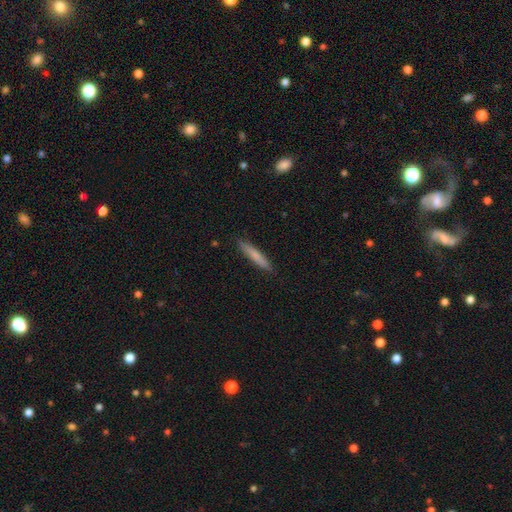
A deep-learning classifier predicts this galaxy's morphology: Q: Smooth or featured?
A: smooth (71%); runner-up: featured or disk (23%)
Q: How rounded?
A: cigar-shaped (94%); runner-up: in between (5%)
Q: Merging?
A: none (90%); runner-up: minor disturbance (7%)